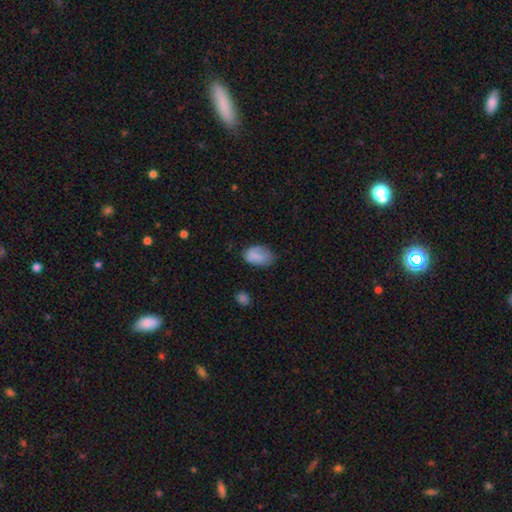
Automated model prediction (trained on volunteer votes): Q: Smooth or featured?
A: smooth (78%); runner-up: featured or disk (13%)
Q: How rounded?
A: in between (89%); runner-up: round (10%)
Q: Merging?
A: none (56%); runner-up: minor disturbance (31%)